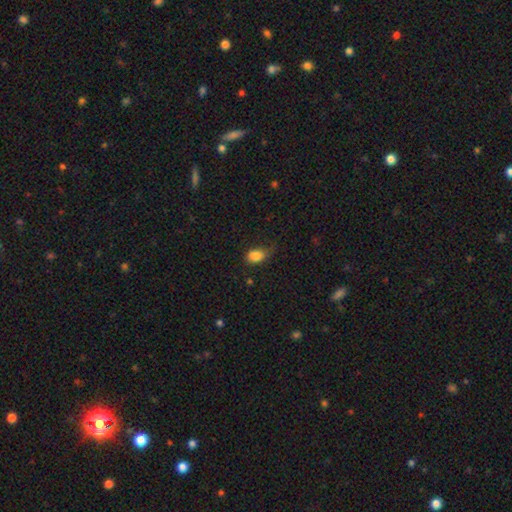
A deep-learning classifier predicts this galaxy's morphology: A smooth galaxy with no disk features (84%) that is in between round and cigar-shaped (82%). Merging: none (46%).